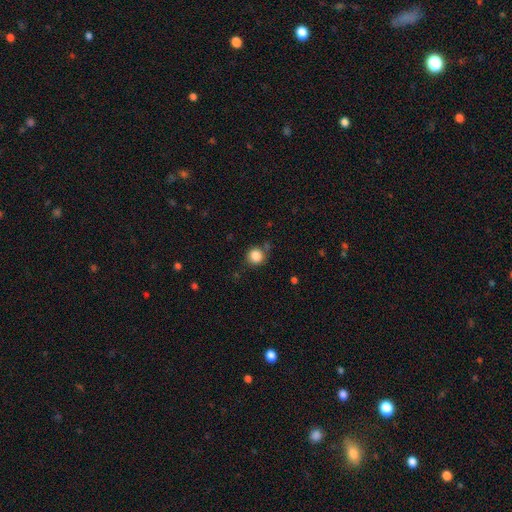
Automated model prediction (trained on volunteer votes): Overall: smooth (86%). How rounded: round (89%). Merging: none (79%).